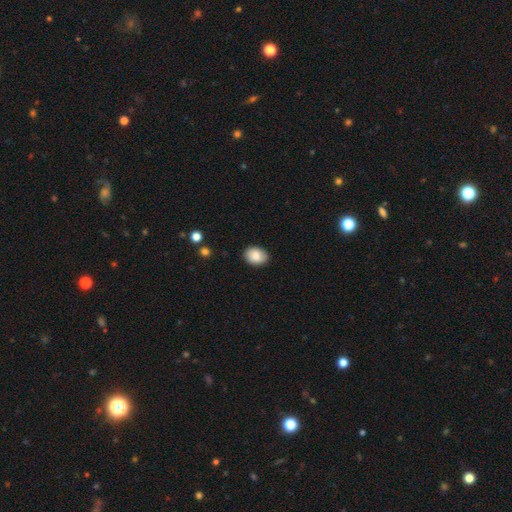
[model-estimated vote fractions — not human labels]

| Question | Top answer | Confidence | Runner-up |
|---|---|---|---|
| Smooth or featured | smooth | 84% | featured or disk (8%) |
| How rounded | in between | 68% | round (31%) |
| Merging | none | 88% | minor disturbance (9%) |